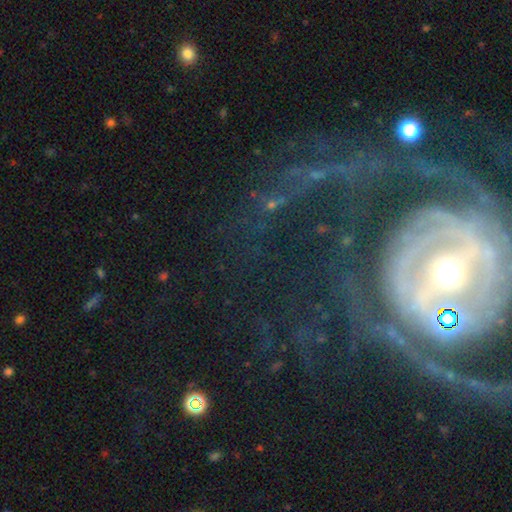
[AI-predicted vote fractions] Overall: featured or disk (73%). Edge-on disk: no (93%). Bar: no (49%; weak 26%). Spiral arms: yes (81%). Spiral arm count: 2 (33%; can't tell 27%). Spiral winding: tight (49%; medium 33%). Bulge size: moderate (44%; small 43%). Merging: none (51%; major disturbance 27%).